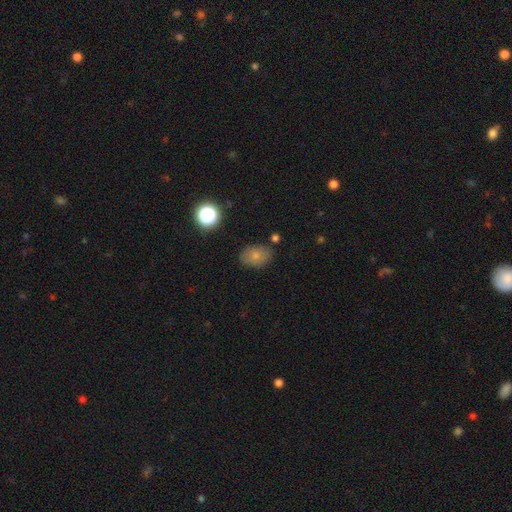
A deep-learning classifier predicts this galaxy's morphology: Smooth or featured: smooth — 75% (featured or disk — 13%)
How rounded: in between — 75% (round — 23%)
Merging: none — 78% (minor disturbance — 15%)